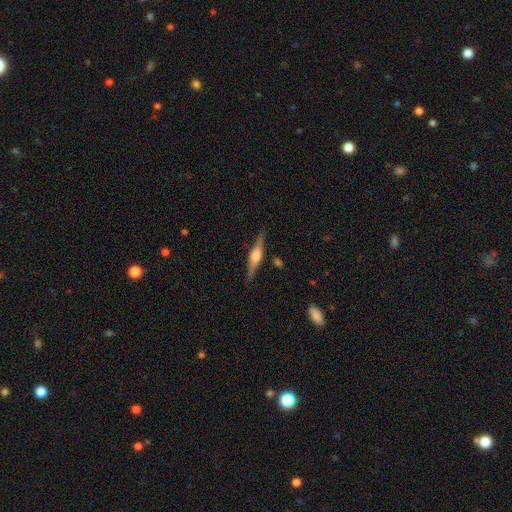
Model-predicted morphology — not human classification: A featured or disk galaxy (76%) viewed edge-on (98%) with a rounded central bulge (83%).

Vote fractions:
- Smooth or featured? featured or disk: 76% / smooth: 18% / star or artifact: 6%
- Edge-on disk? yes: 98% / no: 2%
- Edge-on bulge? rounded: 83% / boxy: 14% / none: 3%
- Merging? none: 88% / minor disturbance: 9% / major disturbance: 2% / merger: 2%